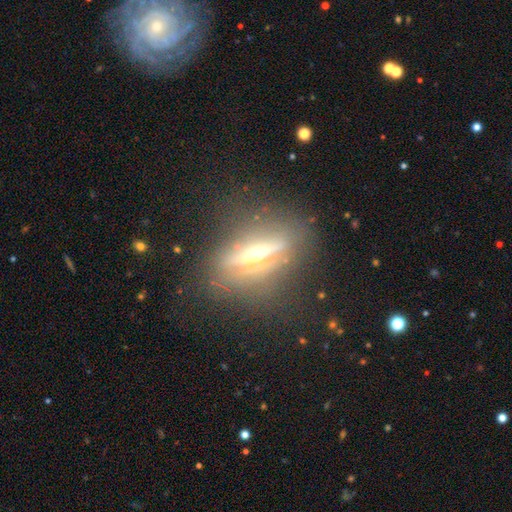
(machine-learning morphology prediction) smooth-or-featured: featured or disk: 72% | smooth: 18% | star or artifact: 9%
  disk-edge-on: yes: 85% | no: 15%
    edge-on-bulge: rounded: 93% | boxy: 4% | none: 3%
  merging: none: 76% | minor disturbance: 13% | major disturbance: 9% | merger: 2%